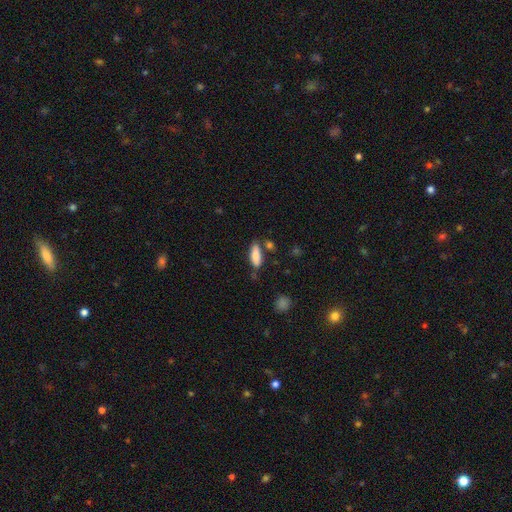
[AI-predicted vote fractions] Smooth or featured?
  - smooth: 86% *
  - featured or disk: 7%
  - star or artifact: 7%
How rounded?
  - in between: 66% *
  - cigar-shaped: 32%
  - round: 2%
Merging?
  - none: 70% *
  - minor disturbance: 18%
  - merger: 8%
  - major disturbance: 4%